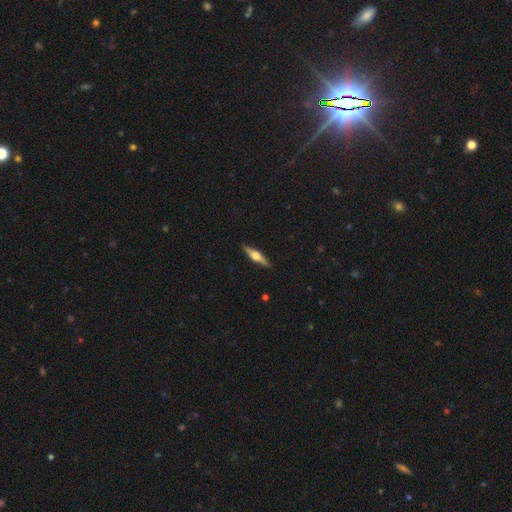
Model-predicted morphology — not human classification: Overall: featured or disk (72%). Edge-on disk: yes (98%). Edge-on bulge: rounded (94%). Merging: none (91%).